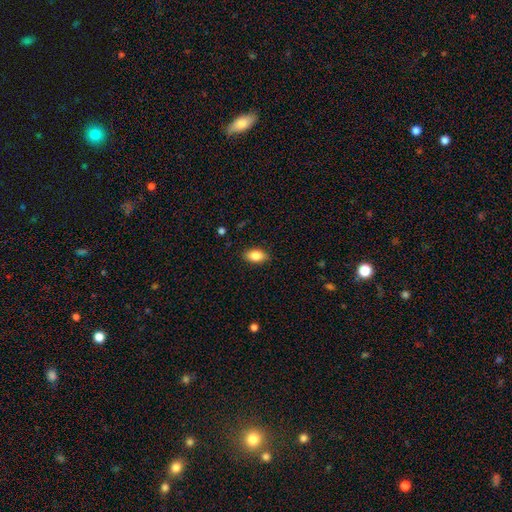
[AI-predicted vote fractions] Smooth or featured? smooth (85%)
How rounded? in between (90%)
Merging? none (87%)